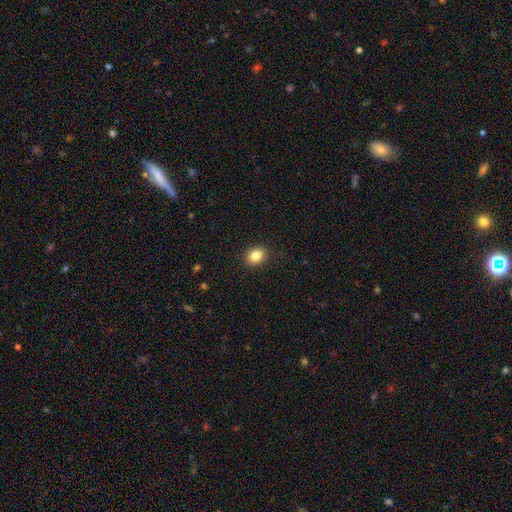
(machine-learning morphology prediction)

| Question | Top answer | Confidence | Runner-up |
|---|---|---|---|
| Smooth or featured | smooth | 85% | star or artifact (10%) |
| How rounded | in between | 53% | round (46%) |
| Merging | none | 89% | minor disturbance (8%) |